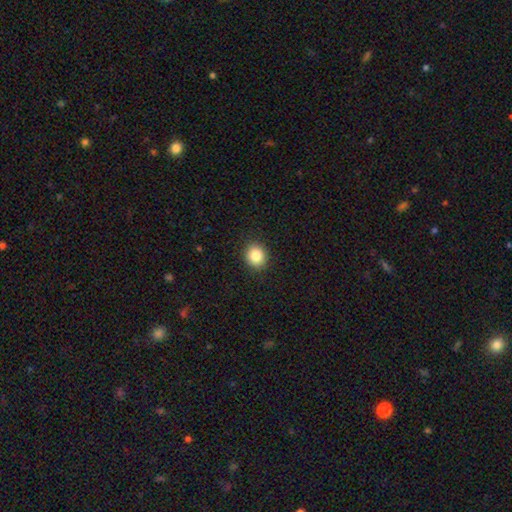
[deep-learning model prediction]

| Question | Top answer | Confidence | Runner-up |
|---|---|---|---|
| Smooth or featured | smooth | 85% | star or artifact (10%) |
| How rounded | round | 76% | in between (23%) |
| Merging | none | 91% | minor disturbance (6%) |